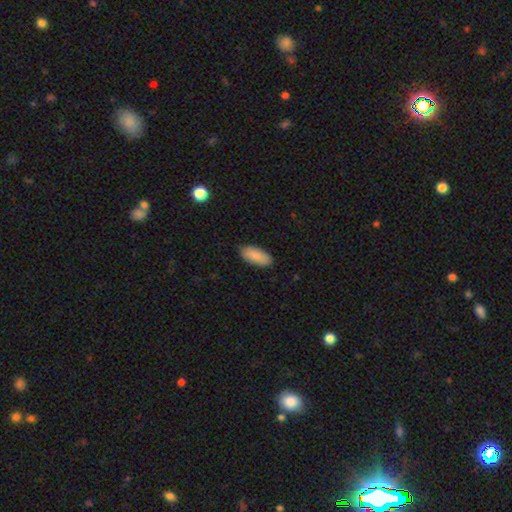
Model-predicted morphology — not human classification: A smooth galaxy with no disk features (87%) that is in between round and cigar-shaped (88%). Merging: none (86%).